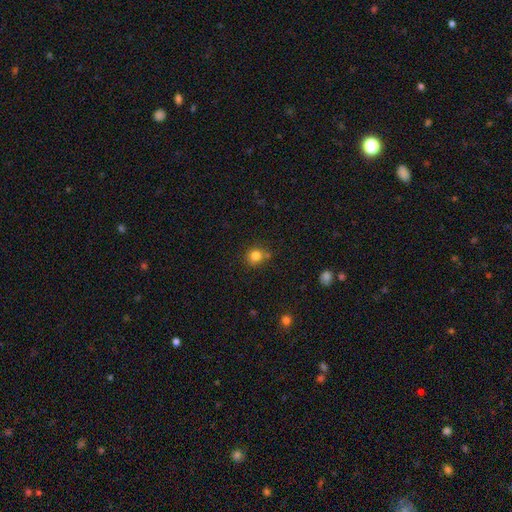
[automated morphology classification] This appears to be a smooth galaxy with no disk features (82%) that is round (87%). Merging: none (72%).